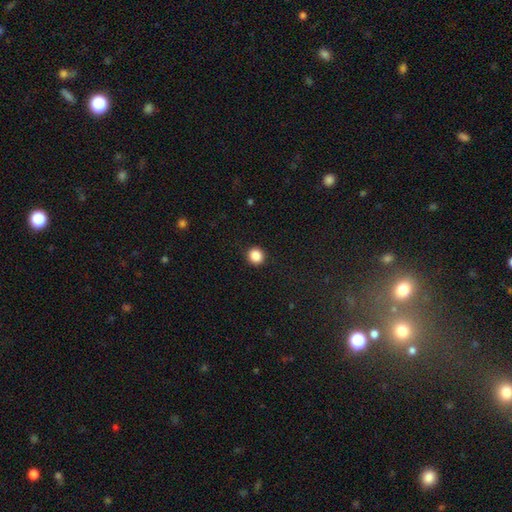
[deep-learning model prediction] smooth 87%, star or artifact 10%, featured or disk 3%. Down the decision tree: how rounded — round (92%); merging — none (92%).